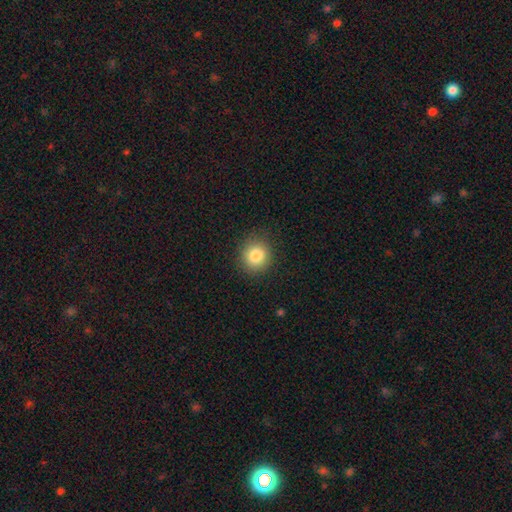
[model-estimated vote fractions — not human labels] Smooth or featured?
  - smooth: 84% *
  - star or artifact: 10%
  - featured or disk: 6%
How rounded?
  - round: 88% *
  - in between: 11%
  - cigar-shaped: 1%
Merging?
  - none: 89% *
  - minor disturbance: 8%
  - major disturbance: 3%
  - merger: 1%